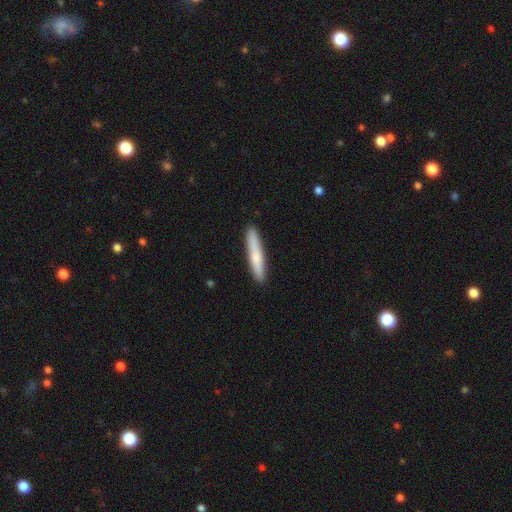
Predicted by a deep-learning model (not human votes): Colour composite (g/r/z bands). It shows a smooth galaxy with no disk features (71%) that is cigar-shaped (93%). Merging: none (90%).